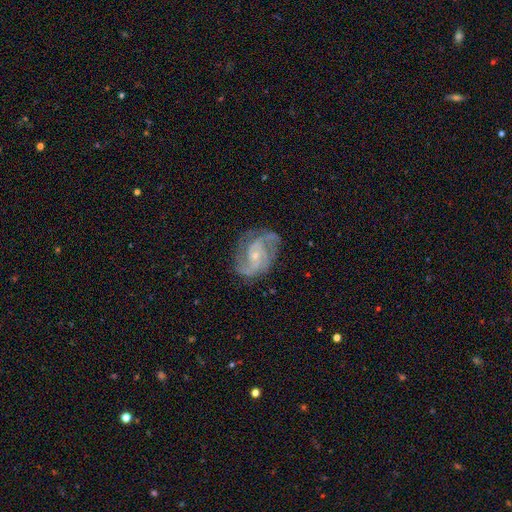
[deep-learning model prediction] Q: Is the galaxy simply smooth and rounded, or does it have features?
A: featured or disk — 88%.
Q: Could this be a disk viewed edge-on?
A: no — 98%.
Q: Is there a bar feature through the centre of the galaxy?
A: no — 59%.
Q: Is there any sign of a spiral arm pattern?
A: yes — 97%.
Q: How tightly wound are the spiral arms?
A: medium — 52%.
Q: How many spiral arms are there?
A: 2 — 56%.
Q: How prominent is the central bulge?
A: small — 74%.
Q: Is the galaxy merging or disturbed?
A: none — 69%.